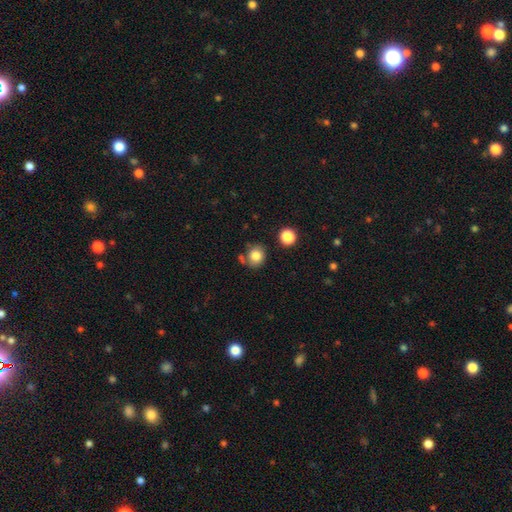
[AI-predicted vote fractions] A smooth galaxy with no disk features (82%) that is round (80%). Merging: none (70%).